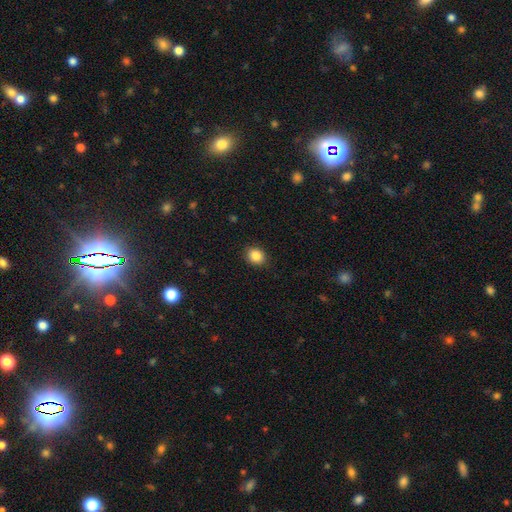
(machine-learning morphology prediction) Q: Smooth or featured?
A: smooth (87%); runner-up: star or artifact (9%)
Q: How rounded?
A: round (65%); runner-up: in between (34%)
Q: Merging?
A: none (88%); runner-up: minor disturbance (9%)